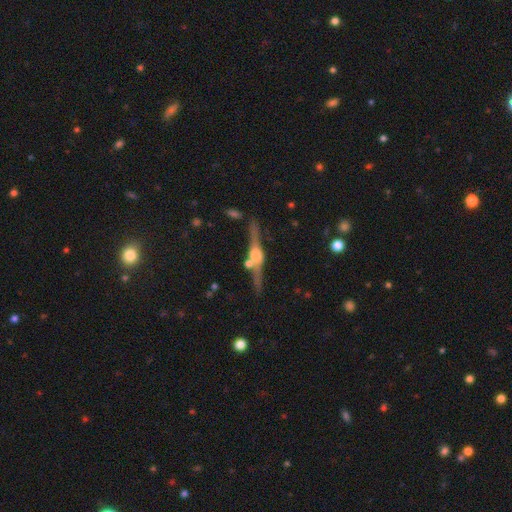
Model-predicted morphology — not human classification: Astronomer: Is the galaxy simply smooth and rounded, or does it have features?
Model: featured or disk — 84%.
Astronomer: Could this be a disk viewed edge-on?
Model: yes — 97%.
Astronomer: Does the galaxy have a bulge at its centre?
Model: rounded — 91%.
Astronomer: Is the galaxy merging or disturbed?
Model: none — 79%.